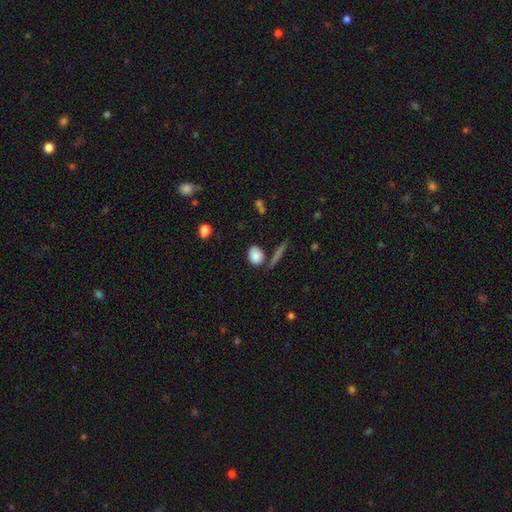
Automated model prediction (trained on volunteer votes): Smooth or featured?
  - smooth: 83% *
  - featured or disk: 9%
  - star or artifact: 8%
How rounded?
  - in between: 48% * (tied)
  - round: 48% * (tied)
  - cigar-shaped: 3%
Merging?
  - none: 70% *
  - minor disturbance: 15%
  - merger: 10%
  - major disturbance: 5%